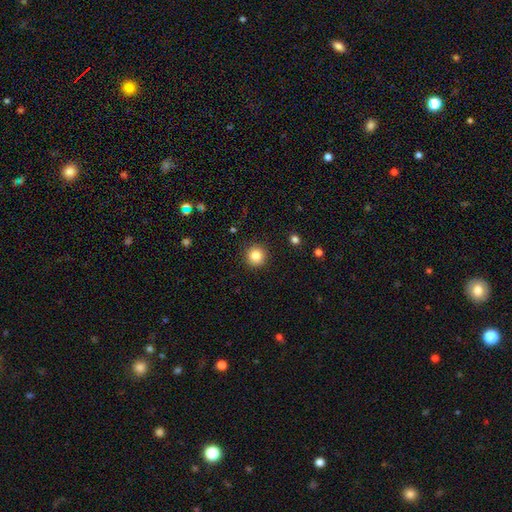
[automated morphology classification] smooth_or_featured: smooth (p=0.84) [alt: star or artifact p=0.11]
how_rounded: round (p=0.95) [alt: in between p=0.04]
merging: none (p=0.92) [alt: minor disturbance p=0.05]